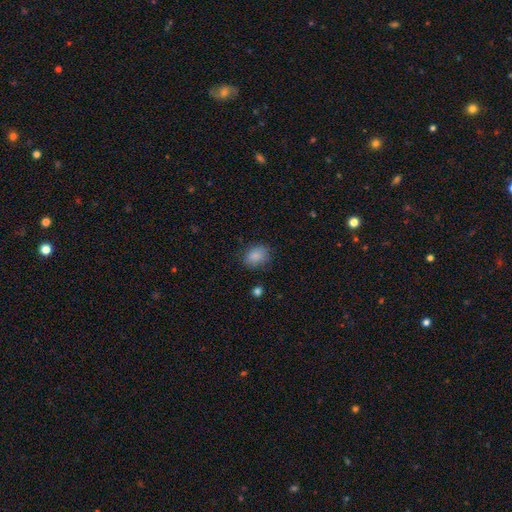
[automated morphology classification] smooth 85%, star or artifact 9%, featured or disk 7%. Down the decision tree: how rounded — in between (63%); merging — none (74%).